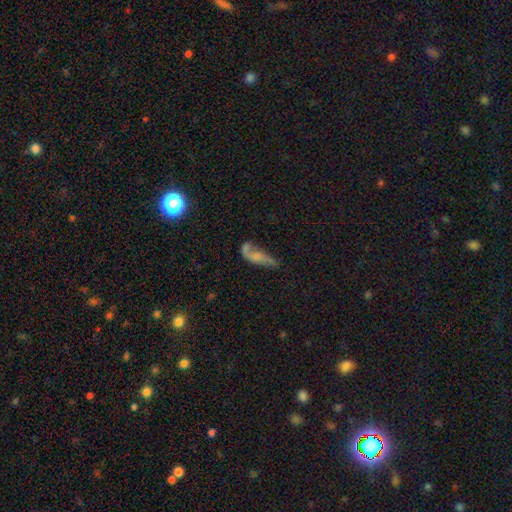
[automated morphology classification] A featured or disk galaxy (44%).

Vote fractions:
- Smooth or featured? featured or disk: 44% / smooth: 42% / star or artifact: 13%
- Merging? none: 32% / major disturbance: 29% / minor disturbance: 22% / merger: 17%